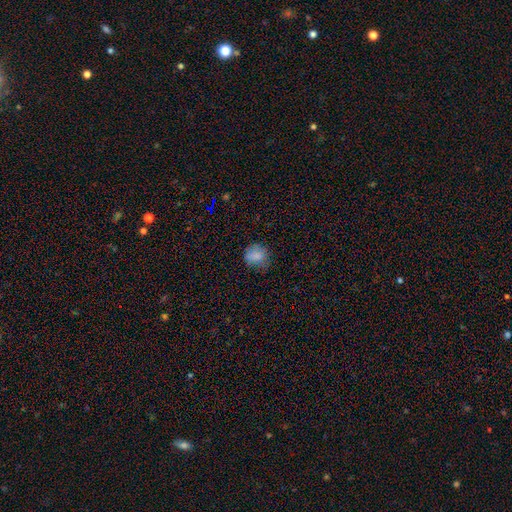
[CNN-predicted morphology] Overall: smooth (82%). How rounded: round (77%). Merging: none (68%).